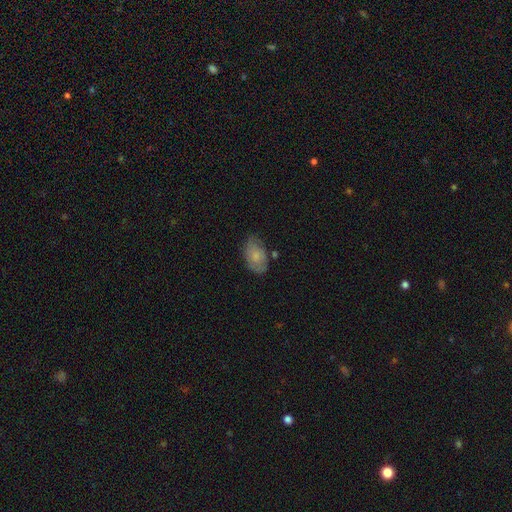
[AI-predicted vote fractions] A smooth galaxy with no disk features (66%) that is in between round and cigar-shaped (90%). Merging: none (60%).